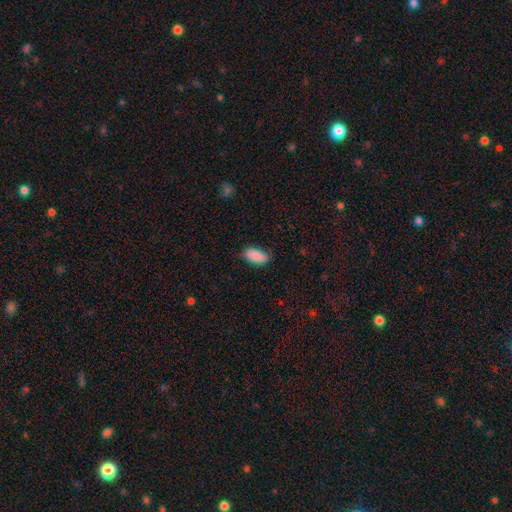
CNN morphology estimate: This is clearly a smooth galaxy (87%). How rounded: clearly in between (94%). Merging: likely none (77%).